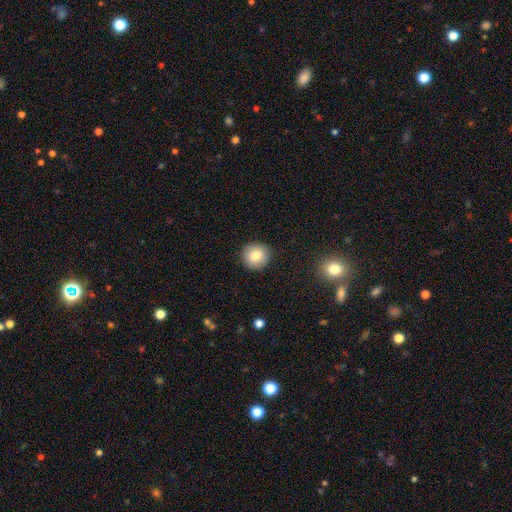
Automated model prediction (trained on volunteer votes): The model was most divided on "smooth or featured": smooth: 83%, star or artifact: 9%, featured or disk: 9%. More confident: how rounded — round (93%); merging — none (91%).